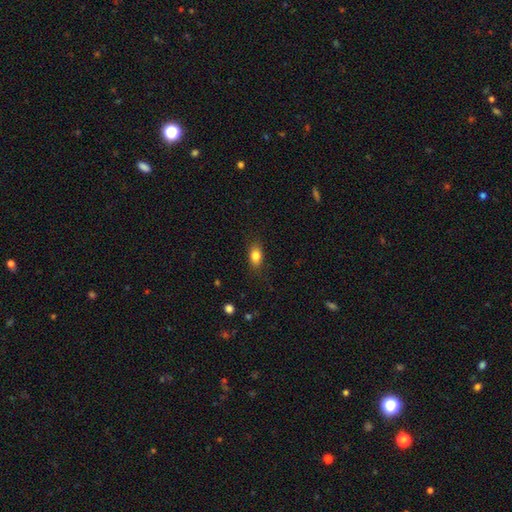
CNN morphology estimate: smooth_or_featured: smooth (p=0.83) [alt: star or artifact p=0.09]
how_rounded: in between (p=0.81) [alt: round p=0.15]
merging: none (p=0.82) [alt: minor disturbance p=0.13]